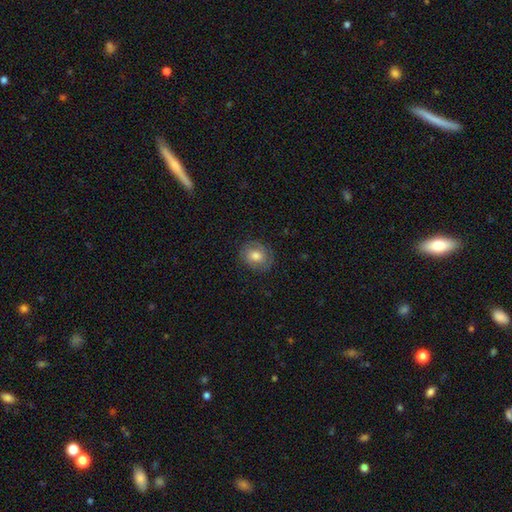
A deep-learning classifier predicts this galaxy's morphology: smooth_or_featured: smooth (p=0.71) [alt: featured or disk p=0.20]
how_rounded: round (p=0.66) [alt: in between p=0.33]
merging: none (p=0.82) [alt: minor disturbance p=0.14]